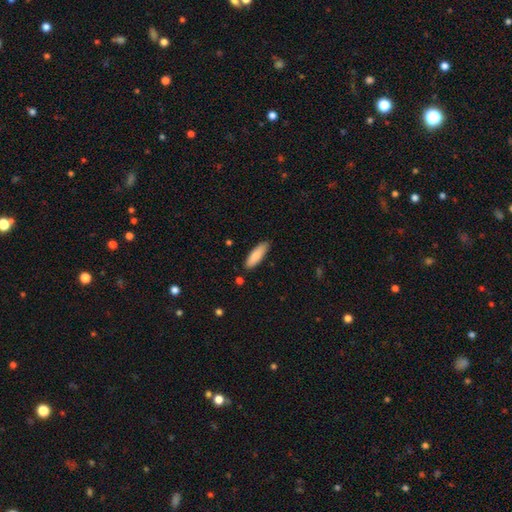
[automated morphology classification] A smooth galaxy with no disk features (83%) that is cigar-shaped (51%). Merging: none (85%).